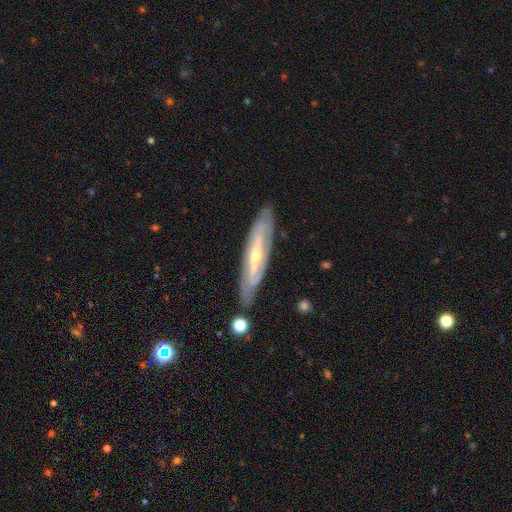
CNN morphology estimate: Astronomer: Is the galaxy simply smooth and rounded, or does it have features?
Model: featured or disk — 77%.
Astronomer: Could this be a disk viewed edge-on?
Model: no — 59% (runner-up: yes, 41%).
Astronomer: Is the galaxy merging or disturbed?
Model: none — 83%.